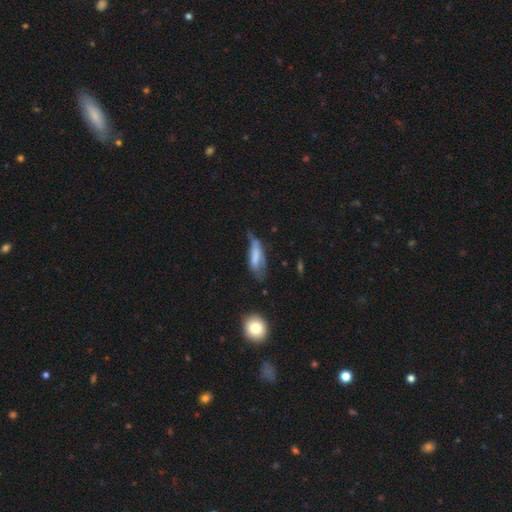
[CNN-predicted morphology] This is possibly a smooth galaxy (59%). How rounded: possibly in between (57%). Merging: marginally minor disturbance (35%, tied with major disturbance).